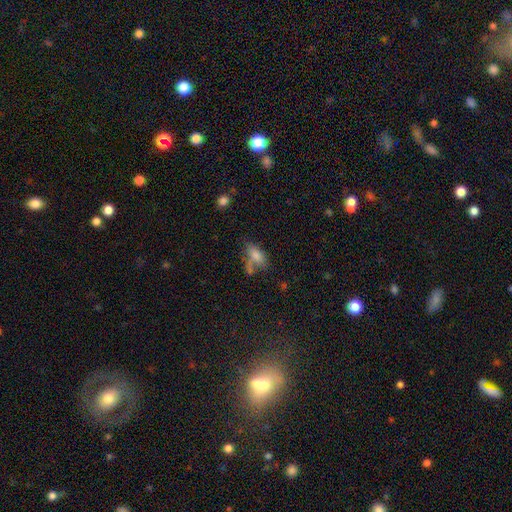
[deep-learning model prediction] The model was most divided on "merging": none: 42%, merger: 29%, minor disturbance: 18%, major disturbance: 11%. More confident: how rounded — in between (82%); smooth or featured — smooth (74%).